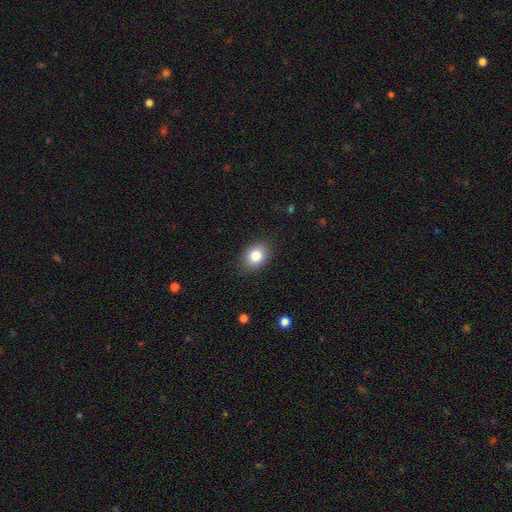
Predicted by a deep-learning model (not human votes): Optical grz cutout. It shows a smooth galaxy with no disk features (82%) that is in between round and cigar-shaped (61%). Merging: none (86%).